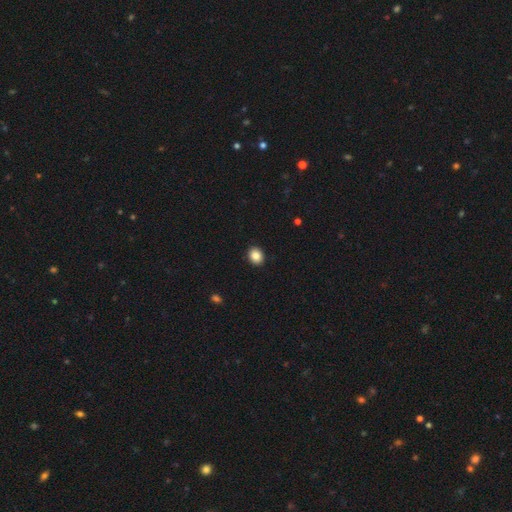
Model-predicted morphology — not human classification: A smooth galaxy with no disk features (86%) that is round (56%).

Vote fractions:
- Smooth or featured? smooth: 86% / star or artifact: 9% / featured or disk: 5%
- How rounded? round: 56% / in between: 43% / cigar-shaped: 1%
- Merging? none: 91% / minor disturbance: 6% / major disturbance: 2% / merger: 1%